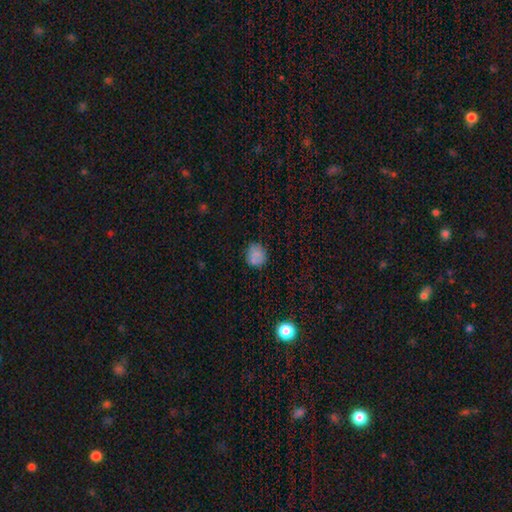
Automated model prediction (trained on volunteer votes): A smooth galaxy with no disk features (75%) that is round (87%). Merging: none (80%).